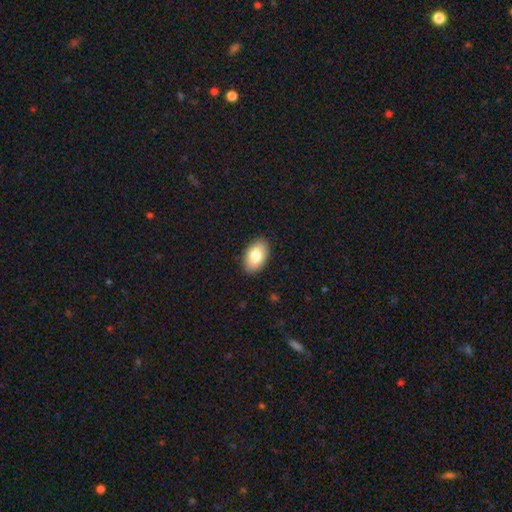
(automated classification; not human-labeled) Smooth or featured? smooth (80%)
How rounded? in between (93%)
Merging? none (88%)